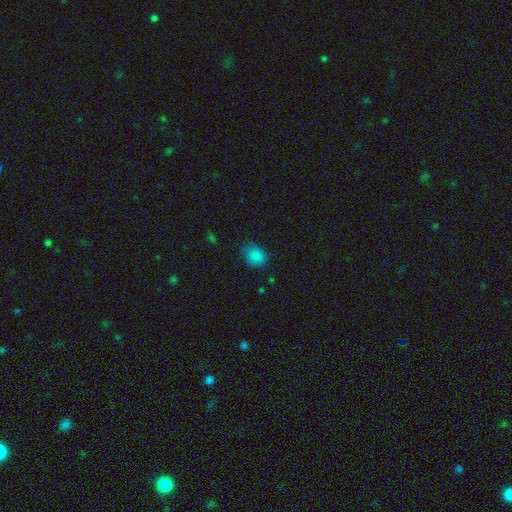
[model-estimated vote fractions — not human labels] Smooth or featured?
  - smooth: 85% *
  - star or artifact: 11%
  - featured or disk: 4%
How rounded?
  - in between: 57% *
  - round: 42%
  - cigar-shaped: 1%
Merging?
  - none: 74% *
  - minor disturbance: 20%
  - major disturbance: 5%
  - merger: 1%